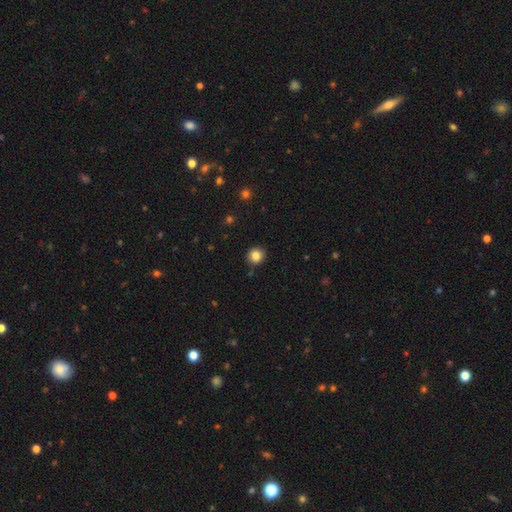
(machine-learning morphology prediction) type=smooth (84%); roundness=round (88%); merging=none (89%).